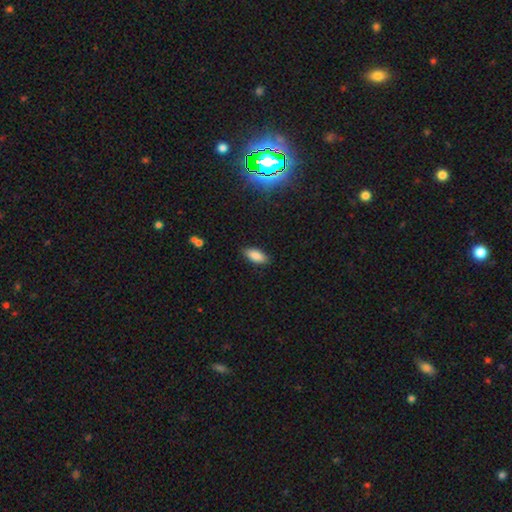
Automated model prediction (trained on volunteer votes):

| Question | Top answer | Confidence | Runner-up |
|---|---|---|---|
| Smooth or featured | smooth | 86% | star or artifact (8%) |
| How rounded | in between | 87% | cigar-shaped (10%) |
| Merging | none | 87% | minor disturbance (10%) |